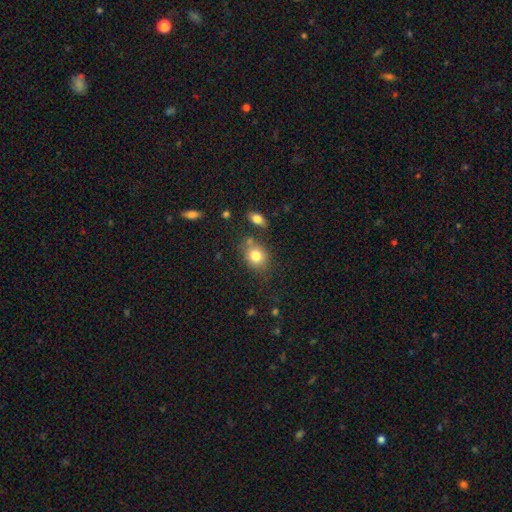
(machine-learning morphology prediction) Overall: smooth (81%). How rounded: round (60%; in between 39%). Merging: none (67%).